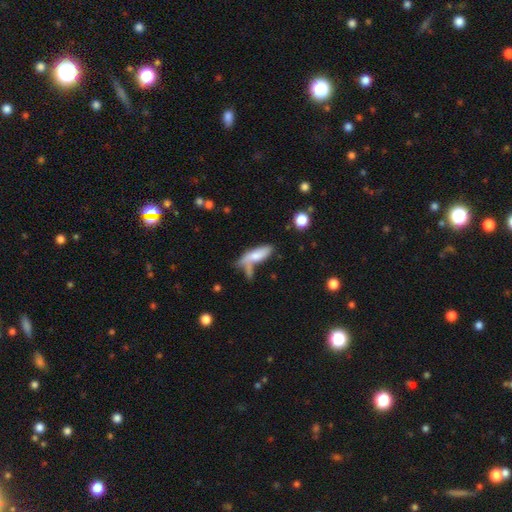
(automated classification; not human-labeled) A smooth galaxy with no disk features (68%) that is in between round and cigar-shaped (50%).

Vote fractions:
- Smooth or featured? smooth: 68% / featured or disk: 24% / star or artifact: 8%
- How rounded? in between: 50% / cigar-shaped: 47% / round: 3%
- Merging? none: 37% / merger: 31% / minor disturbance: 19% / major disturbance: 13%